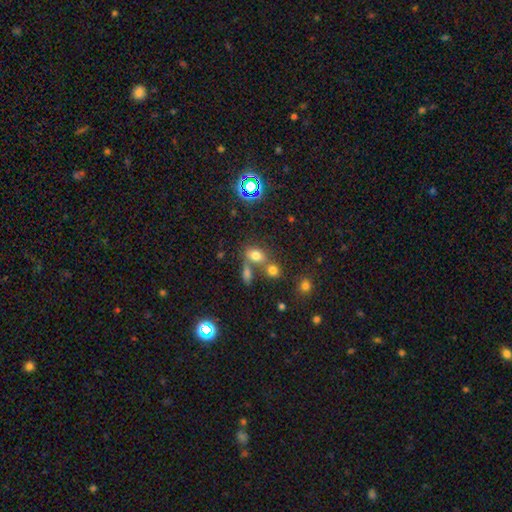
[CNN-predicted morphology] The model was most divided on "merging": none: 49%, merger: 34%, minor disturbance: 11%, major disturbance: 6%. More confident: smooth or featured — smooth (71%); how rounded — in between (65%).